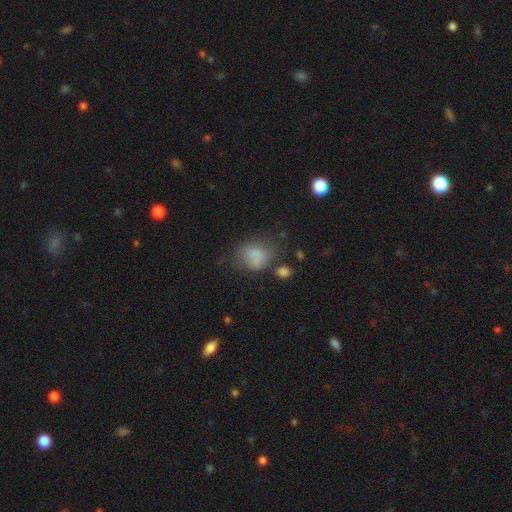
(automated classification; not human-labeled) Smooth or featured? smooth (76%)
How rounded? in between (51%)
Merging? none (47%)